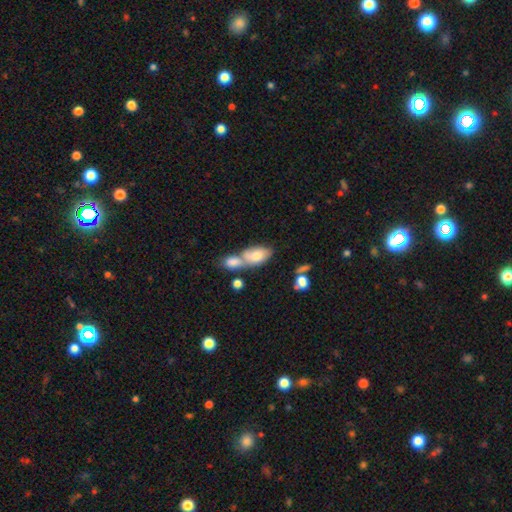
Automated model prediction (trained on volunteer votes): smooth_or_featured: smooth (p=0.72) [alt: featured or disk p=0.19]
how_rounded: in between (p=0.89) [alt: round p=0.06]
merging: merger (p=0.56) [alt: none p=0.28]